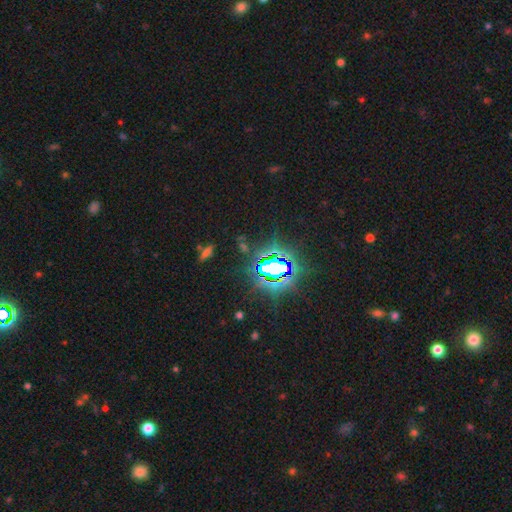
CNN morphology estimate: smooth-or-featured: star or artifact: 83% | smooth: 10% | featured or disk: 7%